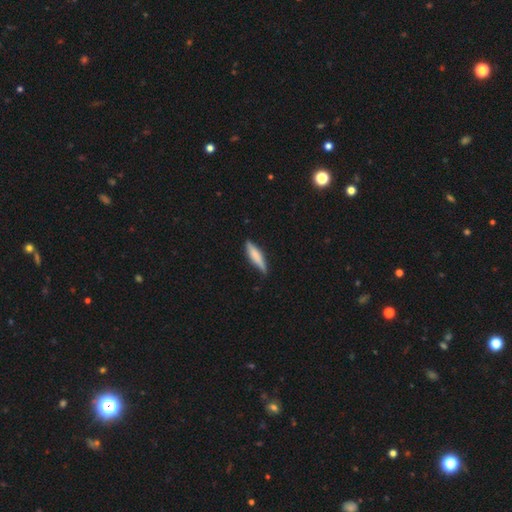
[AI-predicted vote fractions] A smooth galaxy with no disk features (68%) that is cigar-shaped (78%).

Vote fractions:
- Smooth or featured? smooth: 68% / featured or disk: 27% / star or artifact: 6%
- How rounded? cigar-shaped: 78% / in between: 20% / round: 2%
- Merging? none: 80% / minor disturbance: 16% / major disturbance: 3% / merger: 1%